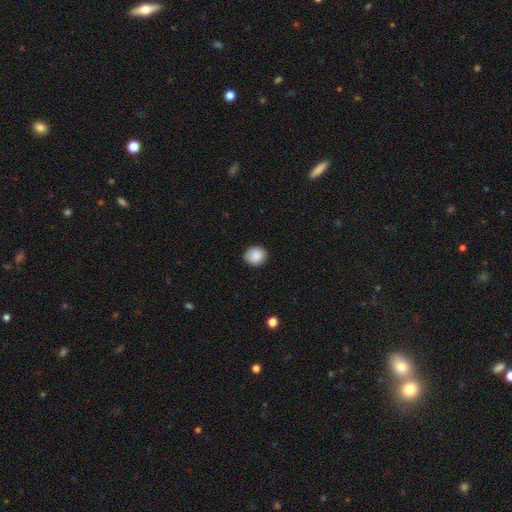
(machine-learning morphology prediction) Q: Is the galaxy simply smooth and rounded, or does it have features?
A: smooth — 88%.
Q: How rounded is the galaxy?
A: round — 83%.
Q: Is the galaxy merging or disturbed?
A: none — 86%.